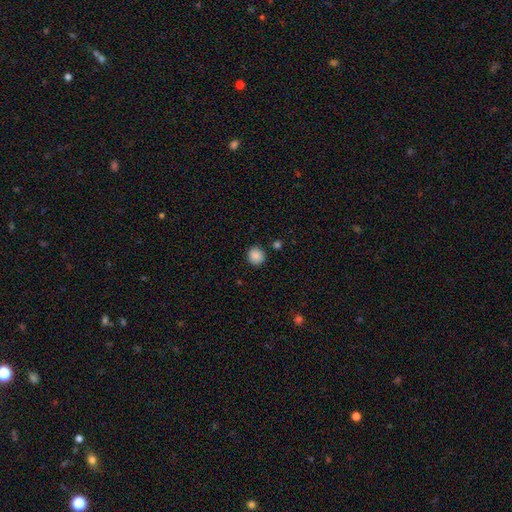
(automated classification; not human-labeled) Smooth or featured: smooth — 88% (star or artifact — 9%)
How rounded: round — 92% (in between — 7%)
Merging: none — 88% (minor disturbance — 7%)